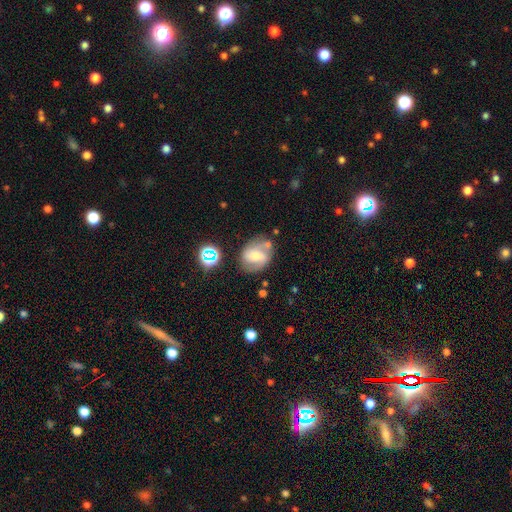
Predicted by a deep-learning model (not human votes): This appears to be a featured or disk galaxy (63%) with a weak bar (44%), 2 (77%) medium (47%) spiral arms (86%) and a moderate central bulge (55%). Merging: none (66%).